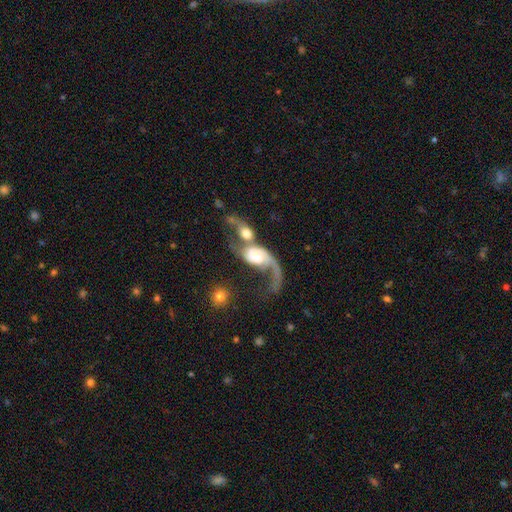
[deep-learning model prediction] smooth-or-featured: featured or disk: 72% | smooth: 21% | star or artifact: 7%
  disk-edge-on: no: 95% | yes: 5%
    bar: no: 62% | weak: 28% | strong: 10%
    has-spiral-arms: yes: 88% | no: 12%
      spiral-winding: loose: 79% | medium: 16% | tight: 5%
      spiral-arm-count: 1: 58% | 2: 35% | can't tell: 4% | 3: 1% | 4: 1% | more than 4: 1%
    bulge-size: large: 38% | moderate: 28% | small: 14% | dominant: 10% | none: 9%
  merging: merger: 63% | major disturbance: 21% | none: 11% | minor disturbance: 6%